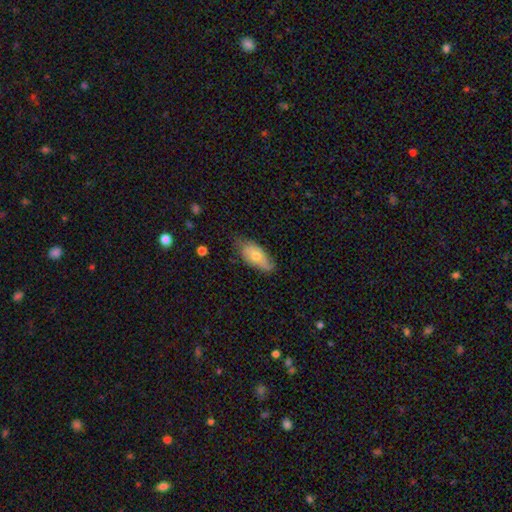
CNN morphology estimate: This appears to be a smooth galaxy with no disk features (59%) that is in between round and cigar-shaped (87%). Merging: none (64%).